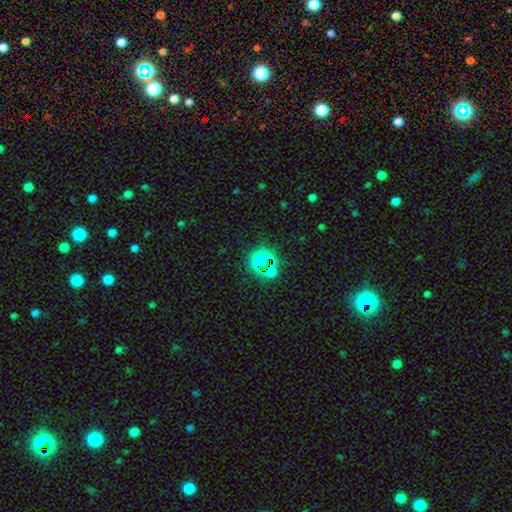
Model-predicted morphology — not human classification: Q: Smooth or featured?
A: star or artifact (59%); runner-up: smooth (32%)